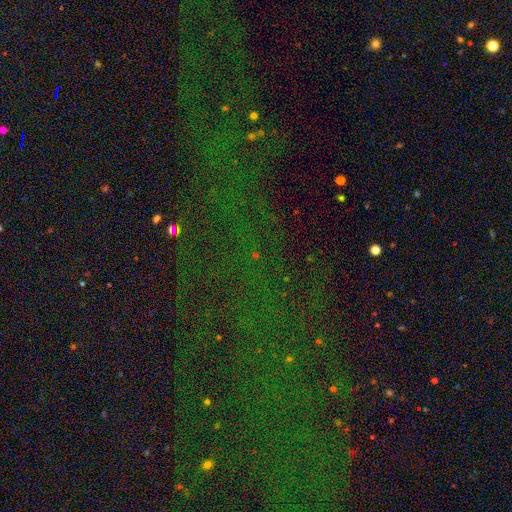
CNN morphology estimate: star or artifact 78%, smooth 13%, featured or disk 8%.